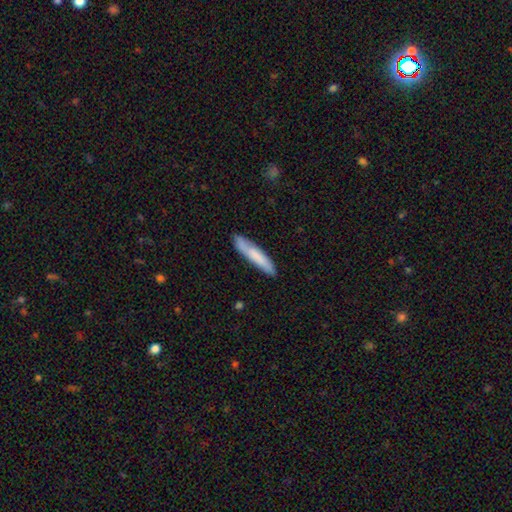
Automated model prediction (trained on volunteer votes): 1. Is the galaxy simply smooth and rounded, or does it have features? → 72% smooth, 22% featured or disk, 6% star or artifact.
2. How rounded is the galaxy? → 89% cigar-shaped, 9% in between, 1% round.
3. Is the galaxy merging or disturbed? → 81% none, 14% minor disturbance, 3% major disturbance, 2% merger.